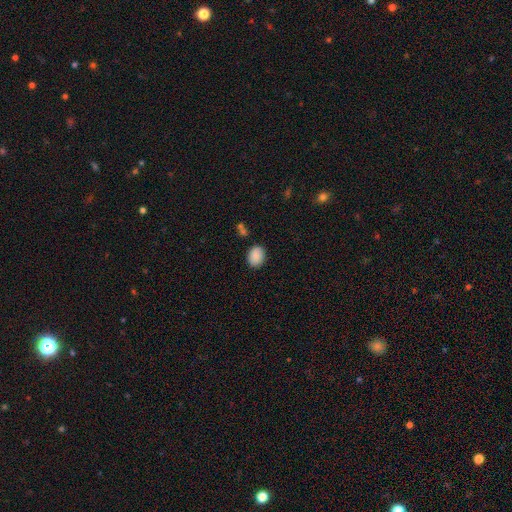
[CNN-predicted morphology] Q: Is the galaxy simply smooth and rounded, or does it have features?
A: smooth — 89%.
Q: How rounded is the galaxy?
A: in between — 69%.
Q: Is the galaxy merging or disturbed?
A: none — 82%.